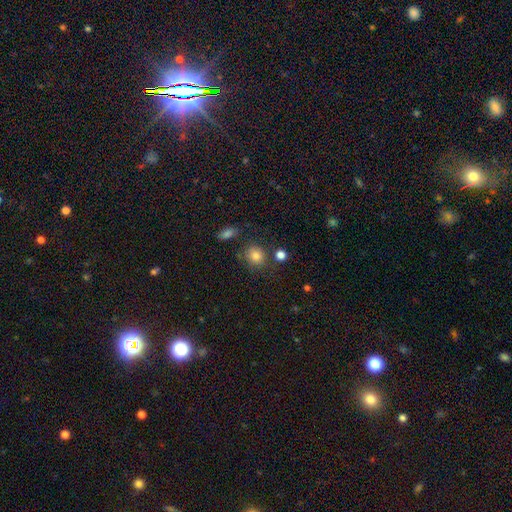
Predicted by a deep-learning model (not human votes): smooth-or-featured: smooth: 83% | star or artifact: 11% | featured or disk: 6%
  how-rounded: round: 77% | in between: 22% | cigar-shaped: 1%
  merging: none: 74% | minor disturbance: 13% | merger: 8% | major disturbance: 5%